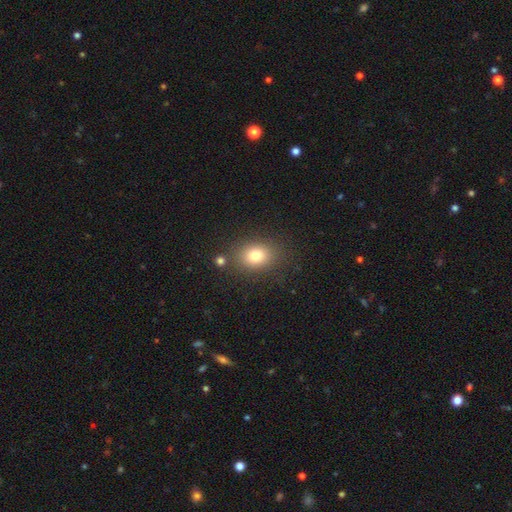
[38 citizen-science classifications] This appears to be a smooth galaxy with no disk features (82%) that is round (55%). Merging: none (74%).